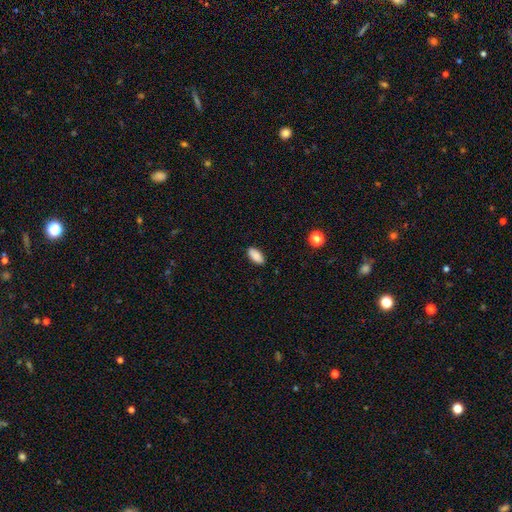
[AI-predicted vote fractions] This is clearly a smooth galaxy (88%). How rounded: clearly in between (91%). Merging: clearly none (86%).